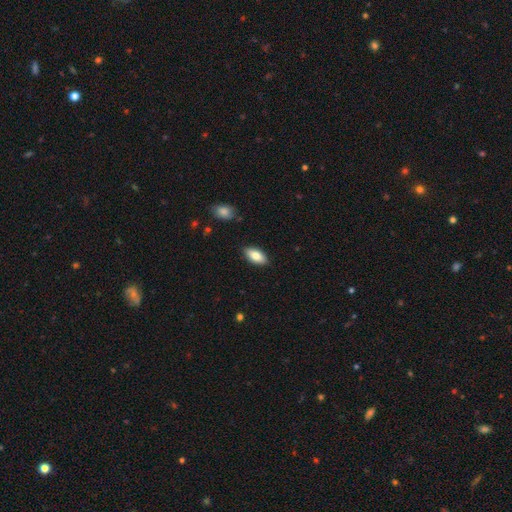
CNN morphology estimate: A smooth galaxy with no disk features (80%) that is in between round and cigar-shaped (89%).

Vote fractions:
- Smooth or featured? smooth: 80% / featured or disk: 13% / star or artifact: 7%
- How rounded? in between: 89% / cigar-shaped: 8% / round: 3%
- Merging? none: 87% / minor disturbance: 9% / major disturbance: 2% / merger: 1%